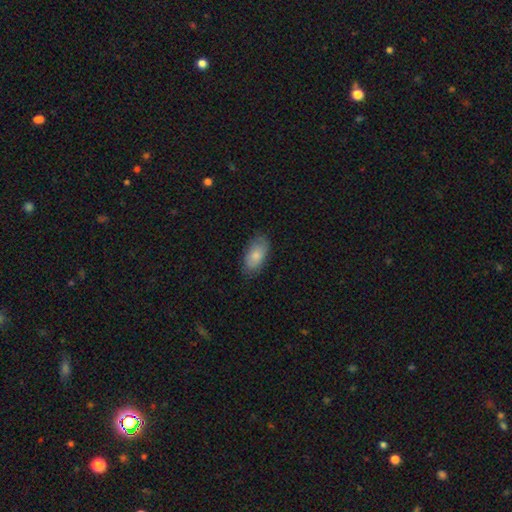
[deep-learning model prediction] Smooth or featured? smooth (80%)
How rounded? in between (93%)
Merging? none (77%)